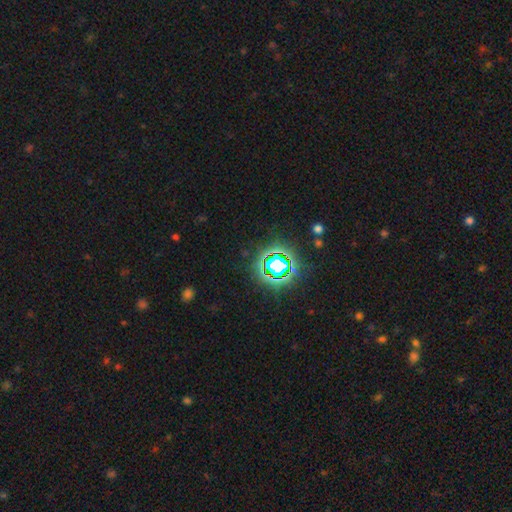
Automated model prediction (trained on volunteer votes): This is clearly a star or artifact rather than a galaxy (81%).